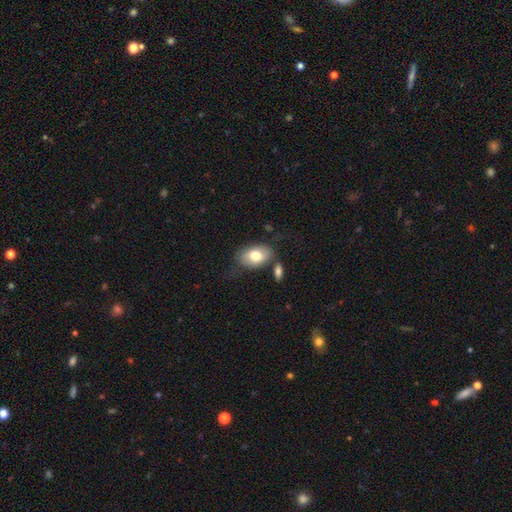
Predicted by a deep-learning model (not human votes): Overall: smooth (76%). How rounded: in between (89%). Merging: none (65%).